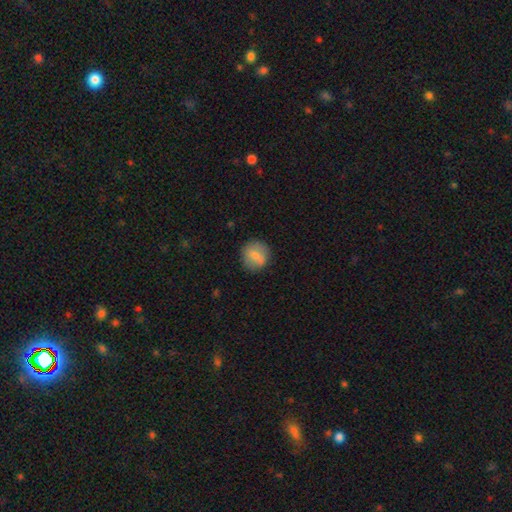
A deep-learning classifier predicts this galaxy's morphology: Q: Smooth or featured?
A: smooth (71%); runner-up: featured or disk (21%)
Q: How rounded?
A: round (88%); runner-up: in between (11%)
Q: Merging?
A: none (84%); runner-up: minor disturbance (11%)